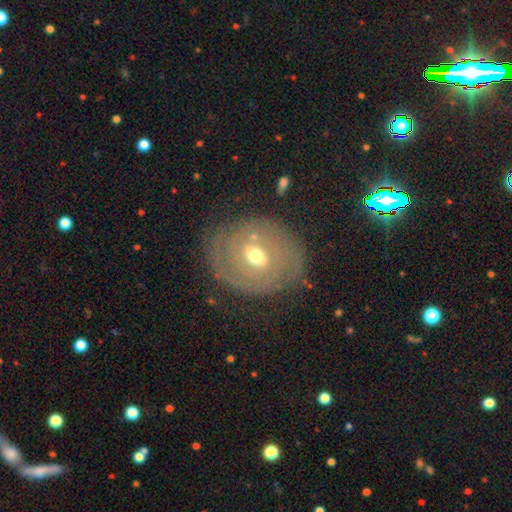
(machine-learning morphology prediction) smooth-or-featured: featured or disk: 74% | smooth: 19% | star or artifact: 7%
  disk-edge-on: no: 95% | yes: 5%
    bar: weak: 49% | no: 34% | strong: 17%
    has-spiral-arms: yes: 71% | no: 29%
      spiral-winding: tight: 75% | medium: 17% | loose: 8%
      spiral-arm-count: can't tell: 42% | 2: 34% | 3: 8% | 1: 7% | 4: 5% | more than 4: 4%
    bulge-size: moderate: 64% | small: 30% | large: 3% | dominant: 1% | none: 1%
  merging: none: 78% | minor disturbance: 14% | major disturbance: 6% | merger: 2%